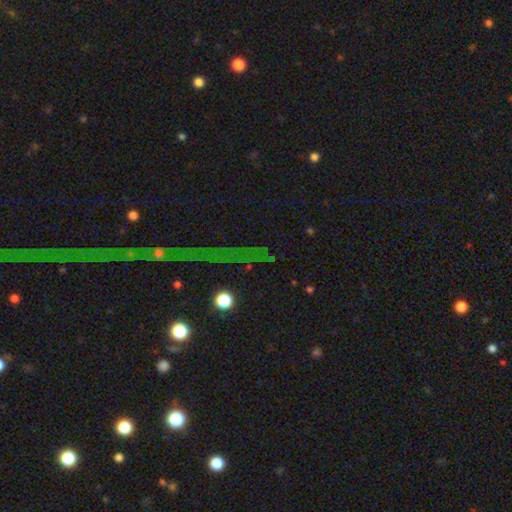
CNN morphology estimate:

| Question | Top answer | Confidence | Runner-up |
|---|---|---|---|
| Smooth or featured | star or artifact | 71% | smooth (16%) |